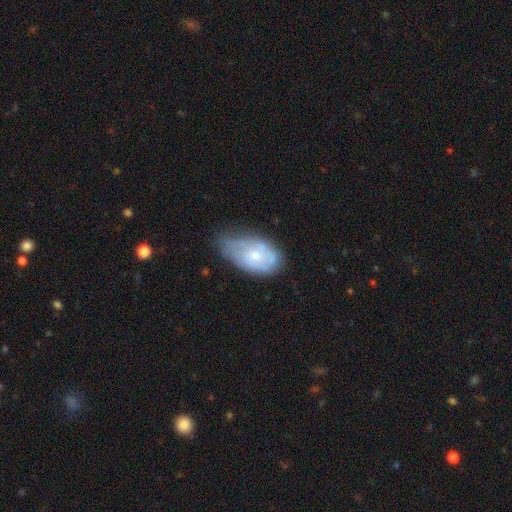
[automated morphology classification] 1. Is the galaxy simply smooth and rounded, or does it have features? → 49% featured or disk, 44% smooth, 7% star or artifact.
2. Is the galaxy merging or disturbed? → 42% minor disturbance, 41% none, 14% major disturbance, 3% merger.